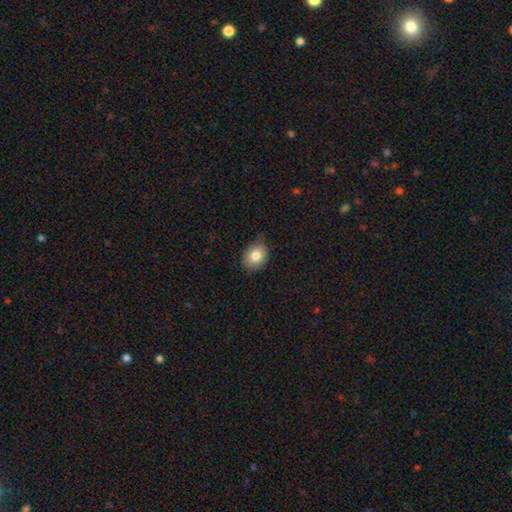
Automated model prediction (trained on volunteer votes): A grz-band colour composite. It shows a smooth galaxy with no disk features (81%) that is in between round and cigar-shaped (50%). Merging: none (68%).